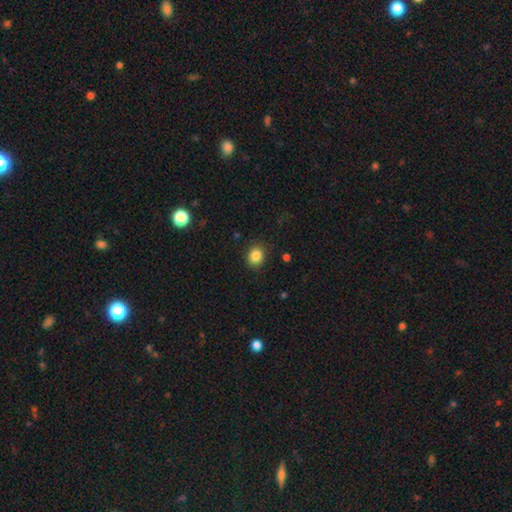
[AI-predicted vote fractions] A smooth galaxy with no disk features (85%) that is round (68%). Merging: none (87%).